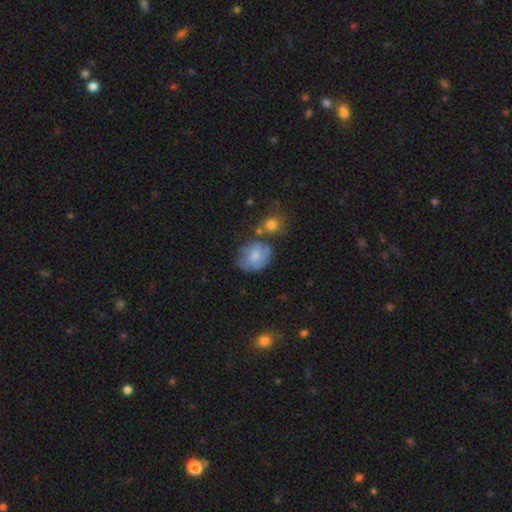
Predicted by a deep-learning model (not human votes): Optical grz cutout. It shows a smooth galaxy with no disk features (58%) that is round (54%). Merging: none (51%).